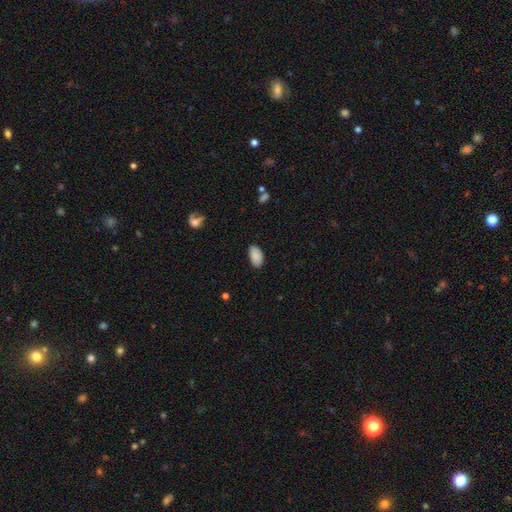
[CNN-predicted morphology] smooth 87%, star or artifact 7%, featured or disk 6%. Down the decision tree: how rounded — in between (95%); merging — none (83%).